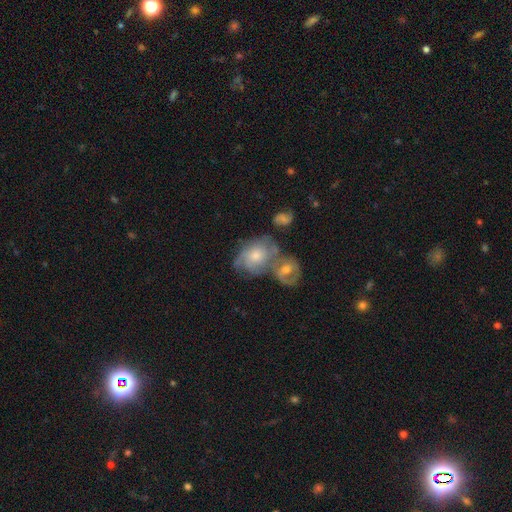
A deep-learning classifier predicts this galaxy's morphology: Smooth or featured? Predicted: featured or disk (p=0.62). Edge-on disk? Predicted: no (p=0.97). Bar? Predicted: no (p=0.77). Spiral arms? Predicted: yes (p=0.77). Bulge size? Predicted: moderate (p=0.59). Merging? Predicted: merger (p=0.49).